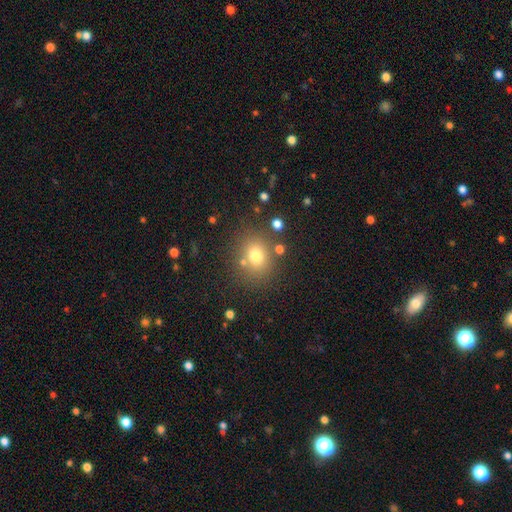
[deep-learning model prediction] Q: Smooth or featured?
A: smooth (74%); runner-up: star or artifact (15%)
Q: How rounded?
A: round (70%); runner-up: in between (29%)
Q: Merging?
A: none (76%); runner-up: minor disturbance (11%)